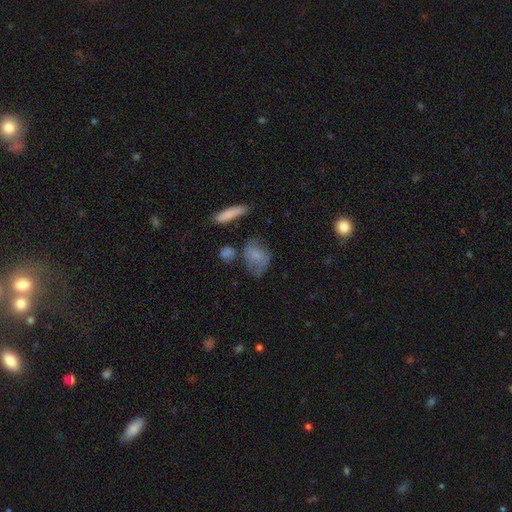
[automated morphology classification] smooth-or-featured: smooth: 61% | featured or disk: 30% | star or artifact: 9%
  how-rounded: in between: 75% | round: 21% | cigar-shaped: 4%
  merging: none: 49% | minor disturbance: 27% | major disturbance: 16% | merger: 8%